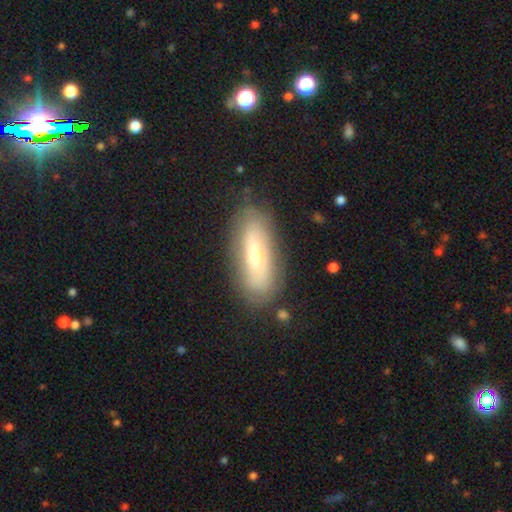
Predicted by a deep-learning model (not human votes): smooth_or_featured: smooth (p=0.51) [alt: featured or disk p=0.41]
how_rounded: in between (p=0.67) [alt: cigar-shaped p=0.30]
merging: none (p=0.79) [alt: minor disturbance p=0.14]